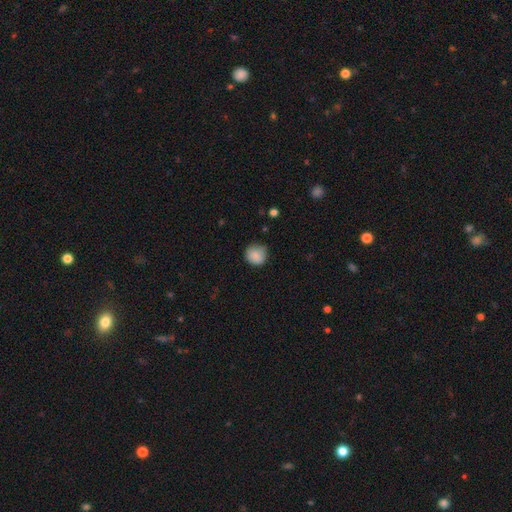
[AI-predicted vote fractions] The model was most divided on "merging": none: 75%, minor disturbance: 20%, major disturbance: 3%, merger: 1%. More confident: how rounded — round (89%); smooth or featured — smooth (86%).